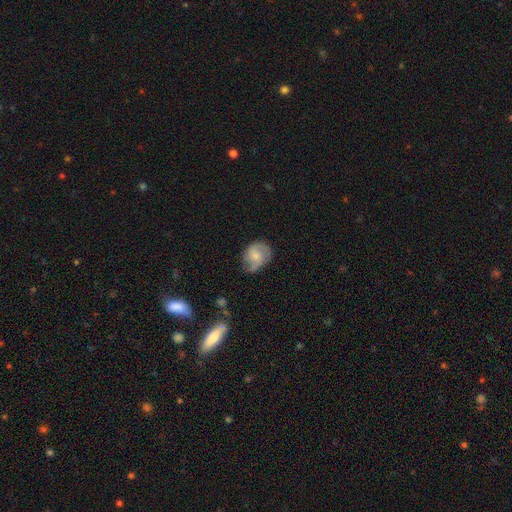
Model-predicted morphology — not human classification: Q: Smooth or featured?
A: featured or disk (62%); runner-up: smooth (31%)
Q: Edge-on disk?
A: no (97%); runner-up: yes (3%)
Q: Bar?
A: no (66%); runner-up: weak (29%)
Q: Spiral arms?
A: yes (91%); runner-up: no (9%)
Q: Spiral winding?
A: medium (47%); runner-up: loose (27%)
Q: Spiral arm count?
A: 2 (71%); runner-up: can't tell (11%)
Q: Bulge size?
A: small (53%); runner-up: moderate (34%)
Q: Merging?
A: none (58%); runner-up: minor disturbance (29%)